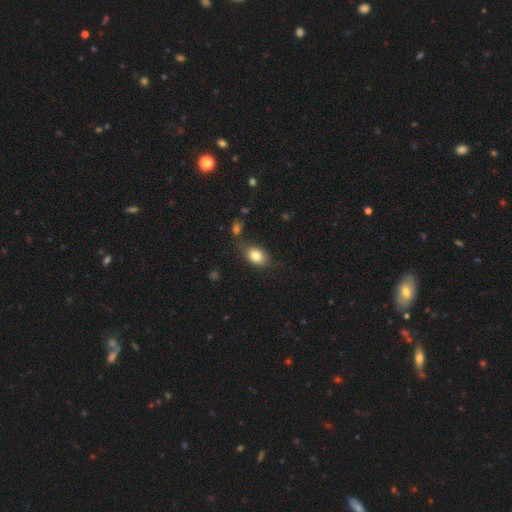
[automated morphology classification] Smooth or featured? Predicted: smooth (p=0.82). How rounded? Predicted: in between (p=0.77). Merging? Predicted: none (p=0.70).